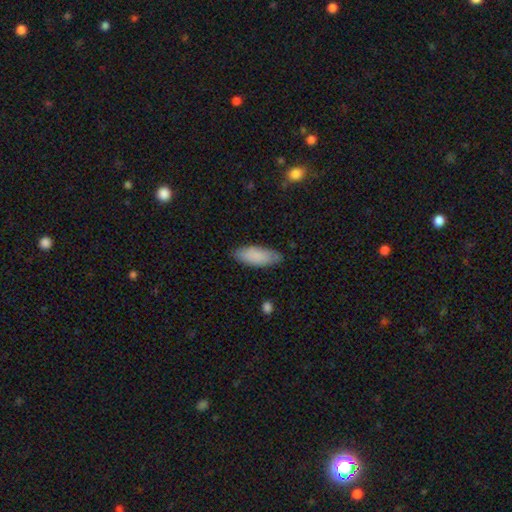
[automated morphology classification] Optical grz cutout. It shows a smooth galaxy with no disk features (86%) that is in between round and cigar-shaped (74%). Merging: none (82%).